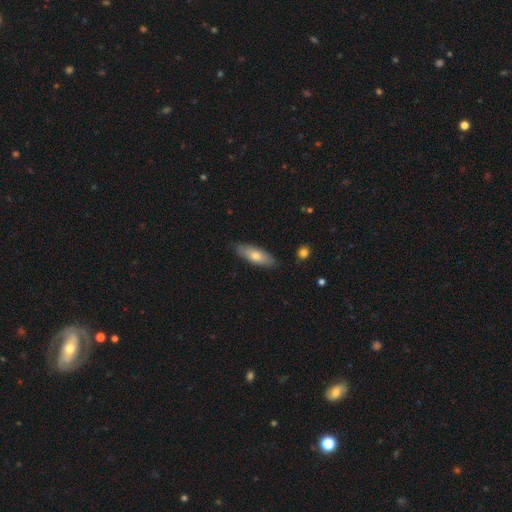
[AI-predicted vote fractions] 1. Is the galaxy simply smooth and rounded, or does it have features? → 68% smooth, 27% featured or disk, 6% star or artifact.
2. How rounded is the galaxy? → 64% in between, 34% cigar-shaped, 2% round.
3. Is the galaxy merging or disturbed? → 84% none, 13% minor disturbance, 2% major disturbance, 1% merger.